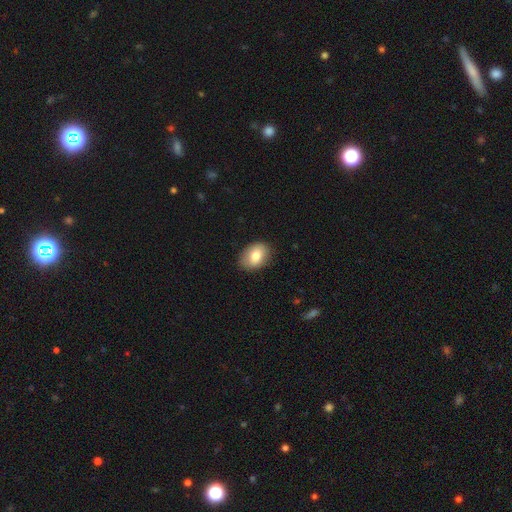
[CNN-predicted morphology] Overall: smooth (79%). How rounded: in between (77%). Merging: none (85%).